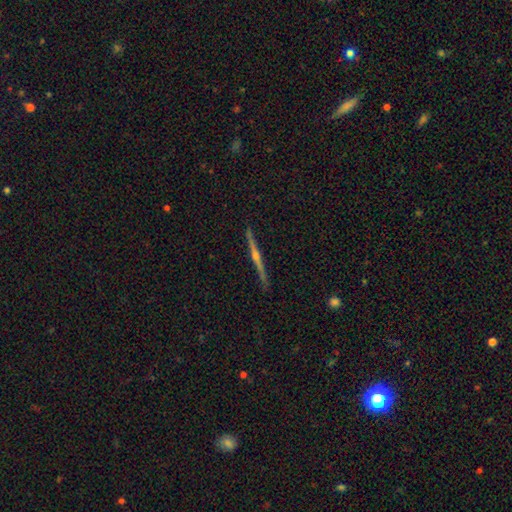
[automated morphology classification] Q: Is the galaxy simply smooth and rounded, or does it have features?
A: featured or disk — 78%.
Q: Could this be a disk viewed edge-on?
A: yes — 98%.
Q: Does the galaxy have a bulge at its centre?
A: rounded — 80%.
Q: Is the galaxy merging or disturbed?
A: none — 90%.